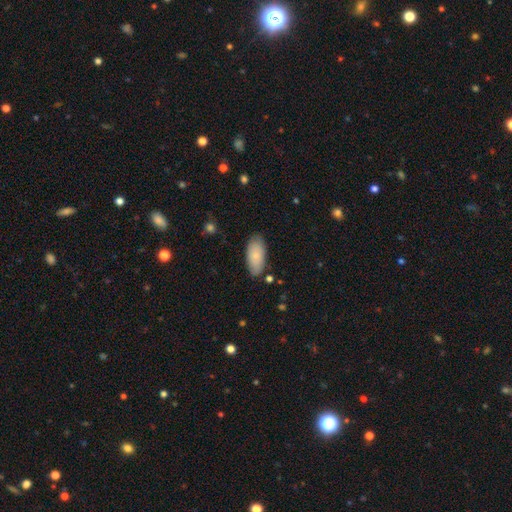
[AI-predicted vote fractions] This is clearly a smooth galaxy (82%). How rounded: clearly in between (91%). Merging: clearly none (81%).